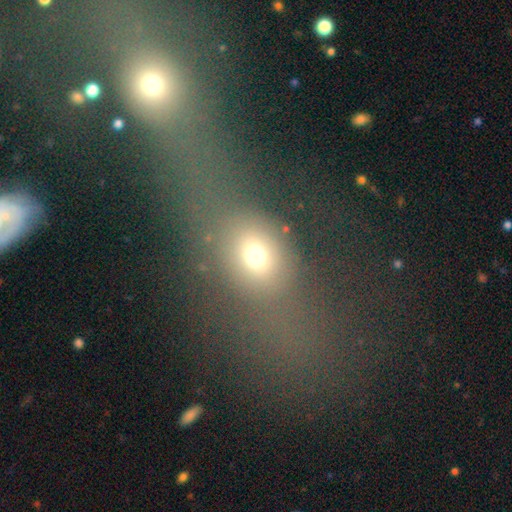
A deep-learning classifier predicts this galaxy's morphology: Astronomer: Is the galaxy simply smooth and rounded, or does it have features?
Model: smooth — 62%.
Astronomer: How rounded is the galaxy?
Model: in between — 54% (runner-up: round, 37%).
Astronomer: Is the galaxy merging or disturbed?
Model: merger — 33%, tied with none at 33%.